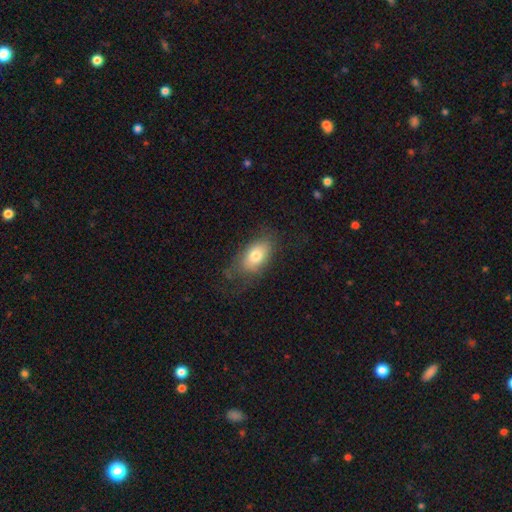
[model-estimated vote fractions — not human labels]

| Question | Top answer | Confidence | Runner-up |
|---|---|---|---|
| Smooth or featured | smooth | 72% | featured or disk (20%) |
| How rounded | in between | 90% | round (7%) |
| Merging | none | 63% | minor disturbance (22%) |